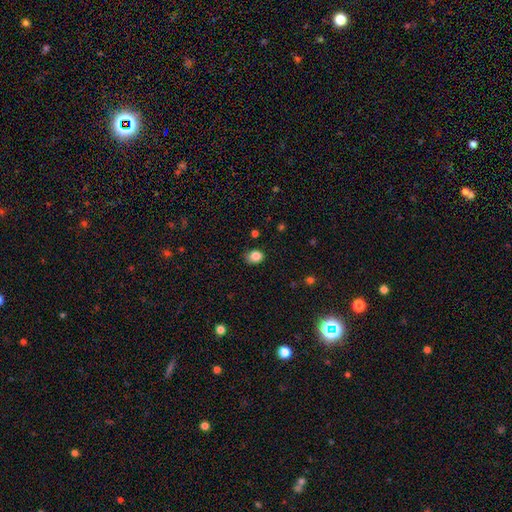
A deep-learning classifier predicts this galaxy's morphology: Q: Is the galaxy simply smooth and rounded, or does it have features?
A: smooth — 84%.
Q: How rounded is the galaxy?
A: in between — 51%.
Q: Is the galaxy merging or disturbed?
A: none — 77%.